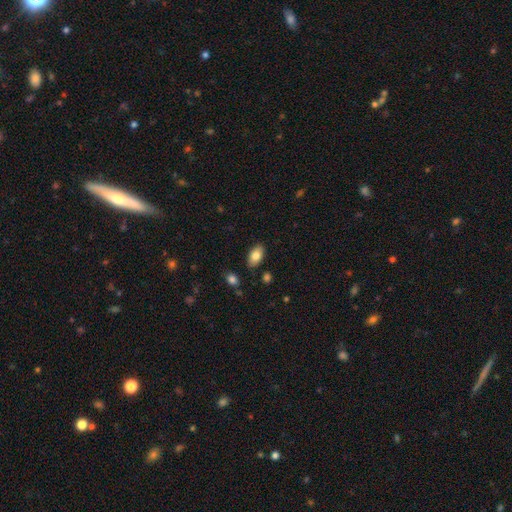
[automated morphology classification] smooth-or-featured: smooth: 82% | featured or disk: 11% | star or artifact: 7%
  how-rounded: in between: 93% | round: 5% | cigar-shaped: 2%
  merging: none: 86% | minor disturbance: 10% | major disturbance: 2% | merger: 2%